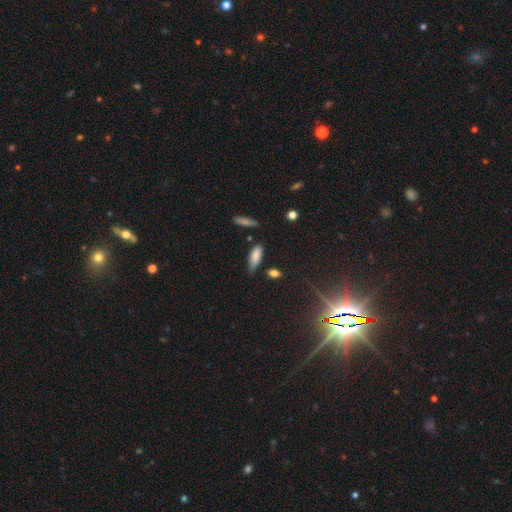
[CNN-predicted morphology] This appears to be a smooth galaxy with no disk features (83%) that is in between round and cigar-shaped (66%). Merging: none (68%).